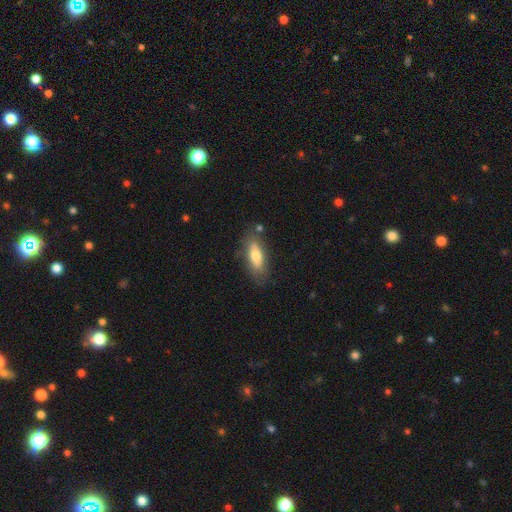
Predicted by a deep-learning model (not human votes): Smooth or featured: smooth — 64% (featured or disk — 29%)
How rounded: in between — 67% (cigar-shaped — 30%)
Merging: none — 74% (minor disturbance — 17%)